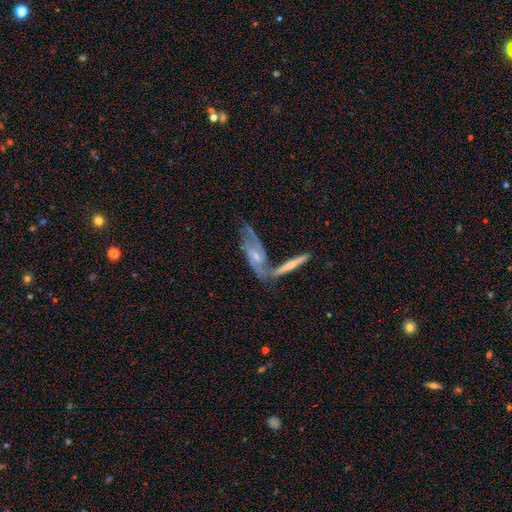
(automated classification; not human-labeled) Smooth or featured?
  - featured or disk: 77% *
  - smooth: 17%
  - star or artifact: 6%
Edge-on disk?
  - no: 78% *
  - yes: 22%
Bar?
  - weak: 45% *
  - no: 39%
  - strong: 16%
Spiral arms?
  - yes: 90% *
  - no: 10%
Spiral winding?
  - medium: 46% *
  - loose: 29%
  - tight: 25%
Spiral arm count?
  - 2: 71% *
  - can't tell: 16%
  - 3: 5%
  - 1: 3%
  - 4: 2%
  - more than 4: 2%
Bulge size?
  - small: 58% *
  - moderate: 33%
  - none: 5%
  - large: 2%
  - dominant: 1%
Merging?
  - none: 38% *
  - merger: 37%
  - minor disturbance: 16%
  - major disturbance: 9%